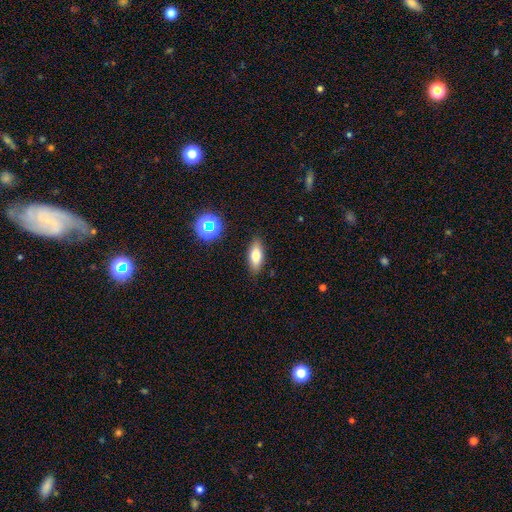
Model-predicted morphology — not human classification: The model was most divided on "how rounded": in between: 76%, cigar-shaped: 20%, round: 4%. More confident: merging — none (87%); smooth or featured — smooth (74%).